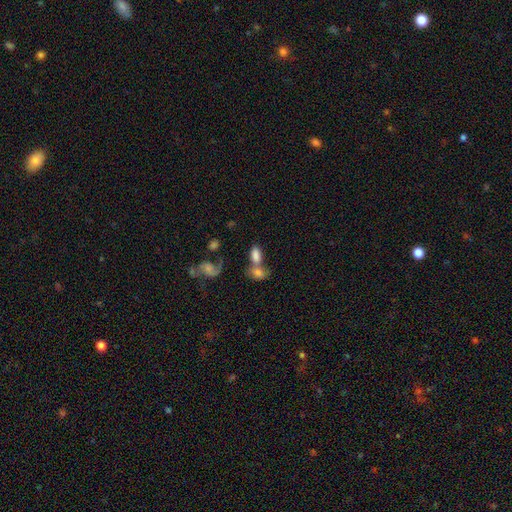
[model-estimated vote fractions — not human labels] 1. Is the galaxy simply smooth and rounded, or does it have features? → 76% smooth, 15% featured or disk, 10% star or artifact.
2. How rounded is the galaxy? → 88% in between, 7% round, 5% cigar-shaped.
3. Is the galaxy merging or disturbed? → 50% merger, 32% none, 11% minor disturbance, 7% major disturbance.